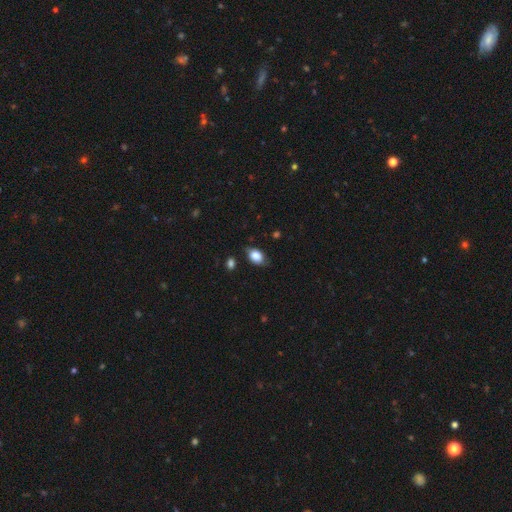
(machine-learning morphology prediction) This is clearly a smooth galaxy (82%). How rounded: clearly in between (86%). Merging: likely none (69%).